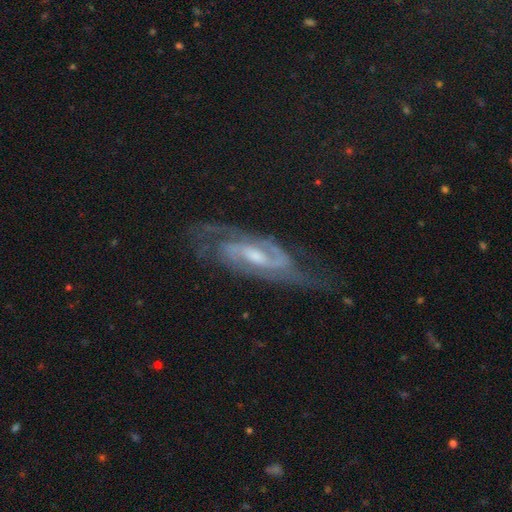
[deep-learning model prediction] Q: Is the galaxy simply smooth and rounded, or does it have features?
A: featured or disk — 88%.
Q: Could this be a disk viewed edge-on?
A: no — 91%.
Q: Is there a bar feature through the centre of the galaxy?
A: weak — 52%.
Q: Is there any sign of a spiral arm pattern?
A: yes — 97%.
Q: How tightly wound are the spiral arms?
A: medium — 47%.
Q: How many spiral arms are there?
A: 2 — 76%.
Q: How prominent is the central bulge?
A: moderate — 50%.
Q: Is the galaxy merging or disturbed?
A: none — 69%.